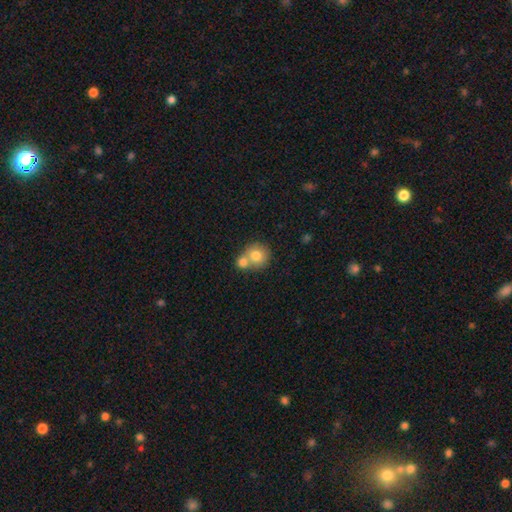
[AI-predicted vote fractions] This is likely a smooth galaxy (76%). How rounded: clearly round (86%). Merging: possibly merger (51%).